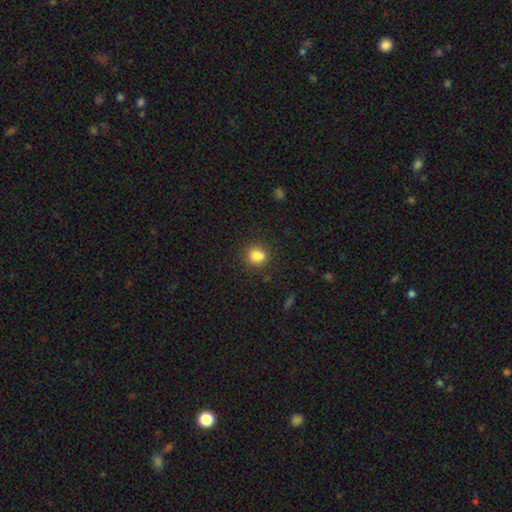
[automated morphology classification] The model was most divided on "how rounded": round: 67%, in between: 32%, cigar-shaped: 1%. More confident: smooth or featured — smooth (82%); merging — none (71%).